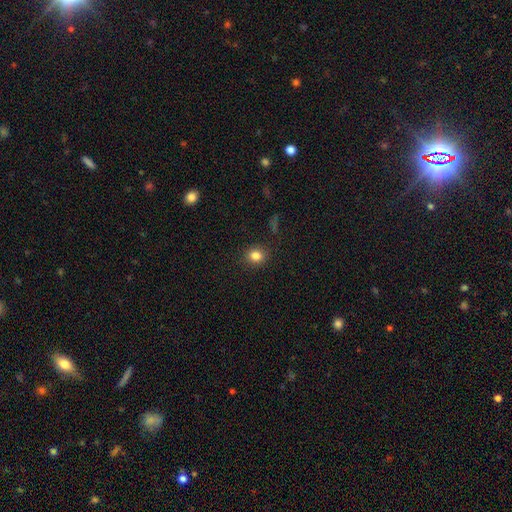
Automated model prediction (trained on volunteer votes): The model was most divided on "how rounded": round: 75%, in between: 24%, cigar-shaped: 1%. More confident: merging — none (89%); smooth or featured — smooth (82%).